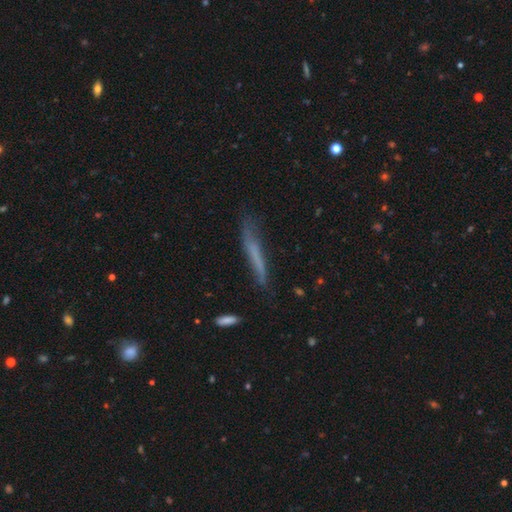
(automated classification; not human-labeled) Morphology: type=smooth (53%); roundness=cigar-shaped (93%); merging=none (66%).